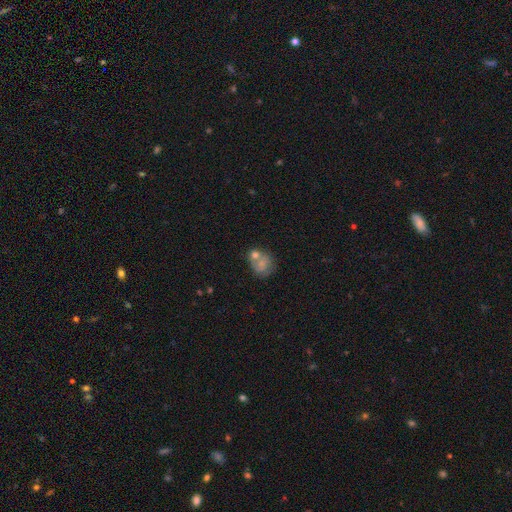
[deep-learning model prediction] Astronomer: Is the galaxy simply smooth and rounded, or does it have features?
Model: smooth — 60%.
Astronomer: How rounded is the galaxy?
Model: round — 66%.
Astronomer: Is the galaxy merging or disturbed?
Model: none — 40% (runner-up: merger, 33%).